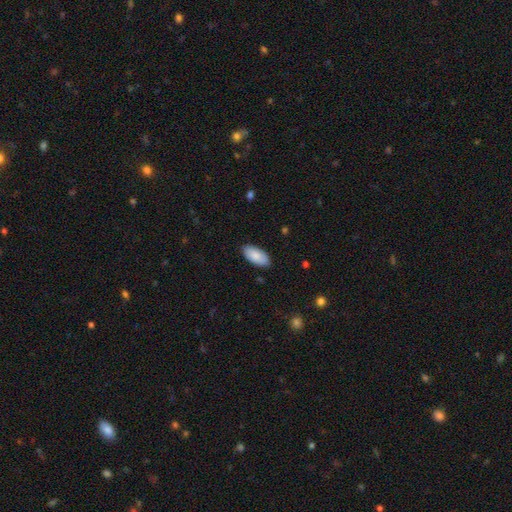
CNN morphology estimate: Smooth or featured: smooth — 87% (featured or disk — 7%)
How rounded: in between — 94% (cigar-shaped — 4%)
Merging: none — 87% (minor disturbance — 10%)